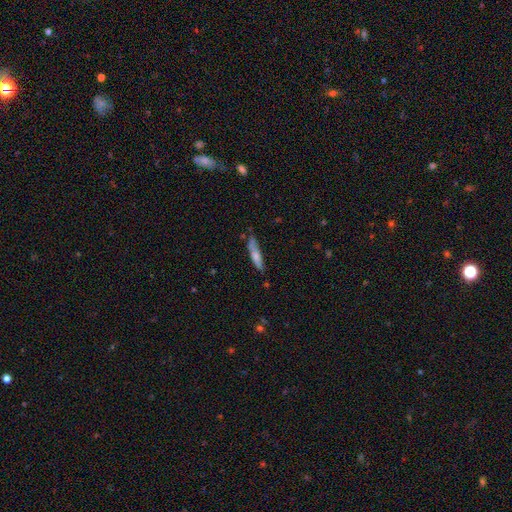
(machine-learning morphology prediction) smooth 66%, featured or disk 27%, star or artifact 6%. Down the decision tree: how rounded — cigar-shaped (85%); merging — none (66%).